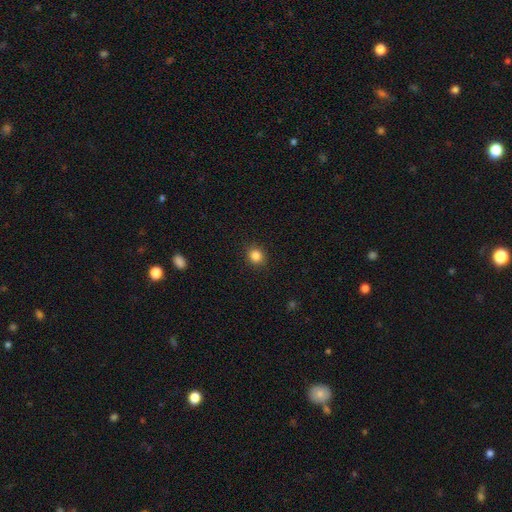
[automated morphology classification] smooth-or-featured: smooth: 84% | star or artifact: 11% | featured or disk: 4%
  how-rounded: round: 82% | in between: 17% | cigar-shaped: 1%
  merging: none: 91% | minor disturbance: 6% | major disturbance: 2% | merger: 1%